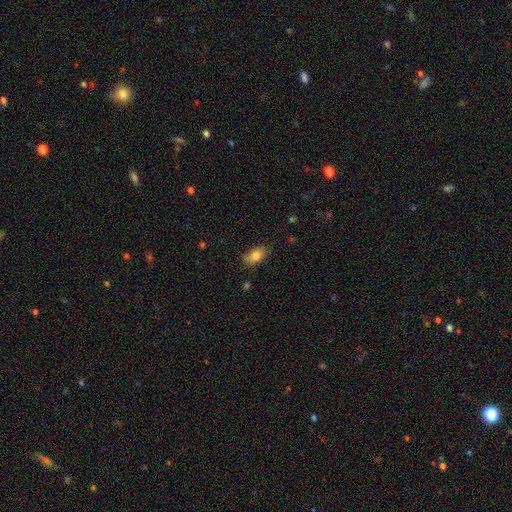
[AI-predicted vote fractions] smooth 83%, featured or disk 9%, star or artifact 8%. Down the decision tree: how rounded — in between (89%); merging — none (75%).